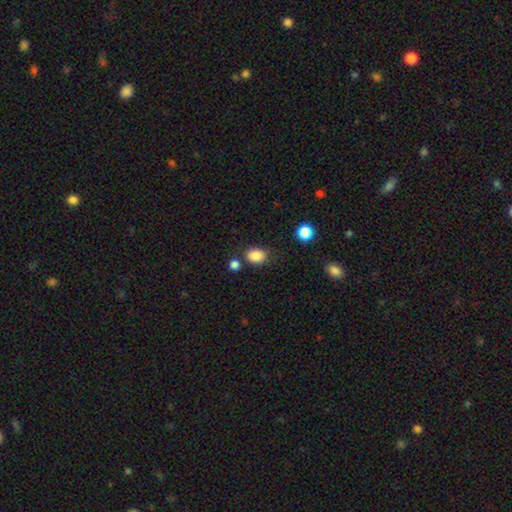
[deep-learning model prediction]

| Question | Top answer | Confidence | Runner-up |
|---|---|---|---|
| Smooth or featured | smooth | 86% | star or artifact (10%) |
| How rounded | in between | 65% | round (34%) |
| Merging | none | 74% | minor disturbance (14%) |